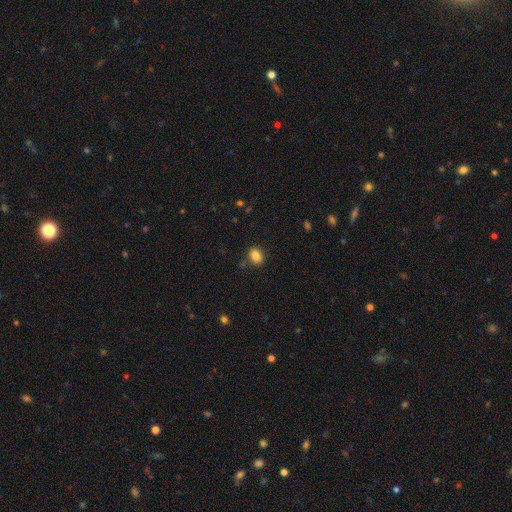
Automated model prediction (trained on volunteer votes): A smooth galaxy with no disk features (85%) that is in between round and cigar-shaped (77%). Merging: none (80%).